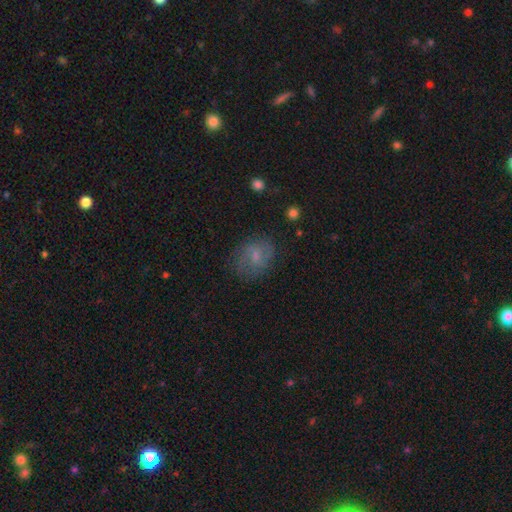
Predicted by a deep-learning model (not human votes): Smooth or featured? Predicted: smooth (p=0.57). How rounded? Predicted: in between (p=0.53). Merging? Predicted: none (p=0.70).